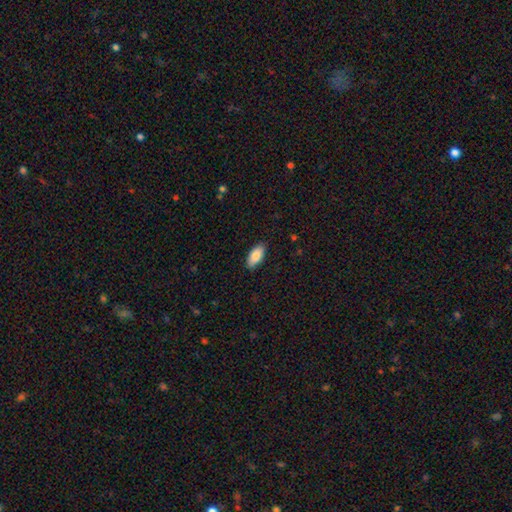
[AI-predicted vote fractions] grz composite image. It shows a smooth galaxy with no disk features (87%) that is in between round and cigar-shaped (89%). Merging: none (87%).